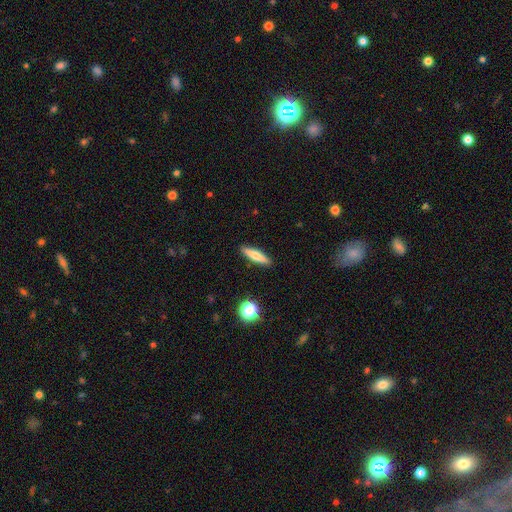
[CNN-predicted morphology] Q: Smooth or featured?
A: smooth (63%); runner-up: featured or disk (29%)
Q: How rounded?
A: cigar-shaped (83%); runner-up: in between (15%)
Q: Merging?
A: none (90%); runner-up: minor disturbance (7%)